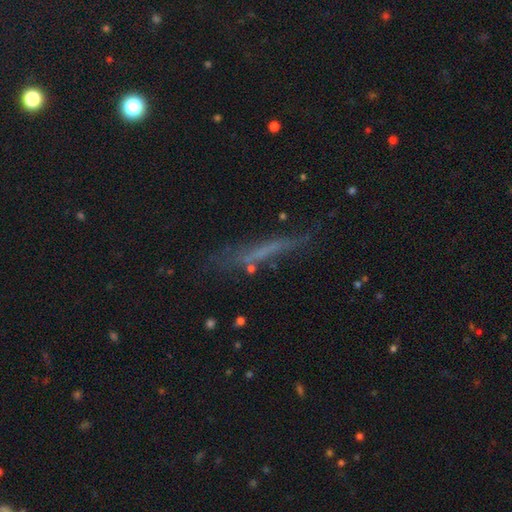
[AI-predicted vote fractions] The model was most divided on "smooth or featured": smooth: 40%, featured or disk: 39%, star or artifact: 21%. More confident: merging — none (65%).